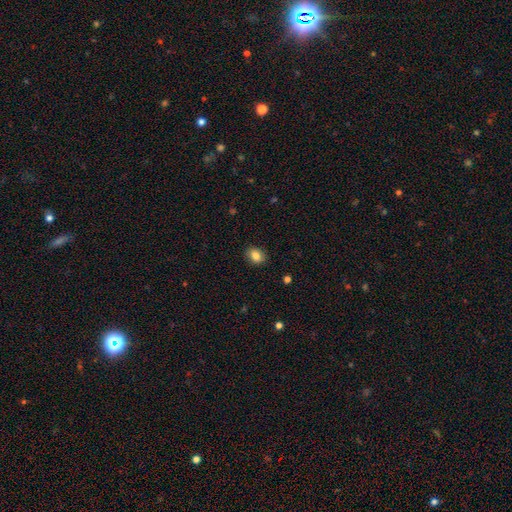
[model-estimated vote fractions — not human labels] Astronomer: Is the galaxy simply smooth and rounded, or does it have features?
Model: smooth — 85%.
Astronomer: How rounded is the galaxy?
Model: in between — 57% (runner-up: round, 42%).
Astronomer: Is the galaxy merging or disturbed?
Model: none — 87%.